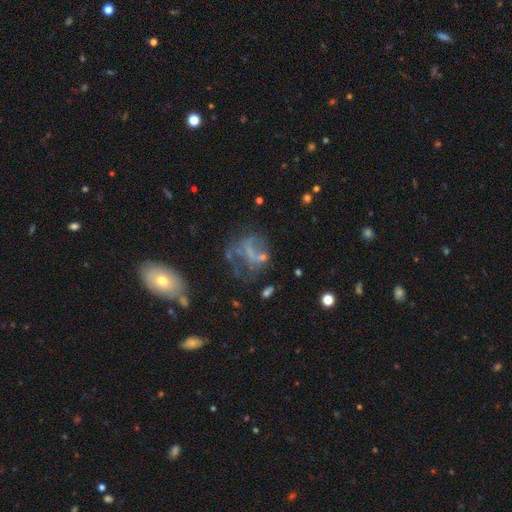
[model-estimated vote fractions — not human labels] The model was most divided on "merging": major disturbance: 37%, none: 34%, minor disturbance: 18%, merger: 11%. More confident: edge-on disk — no (96%); smooth or featured — featured or disk (50%).